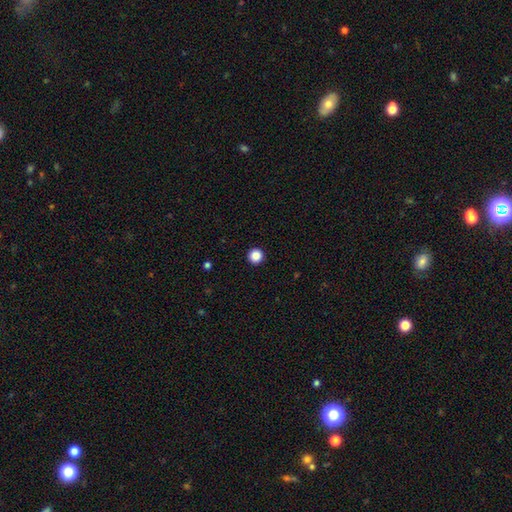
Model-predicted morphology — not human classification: Q: Smooth or featured?
A: smooth (87%); runner-up: star or artifact (10%)
Q: How rounded?
A: round (96%); runner-up: in between (3%)
Q: Merging?
A: none (94%); runner-up: minor disturbance (4%)